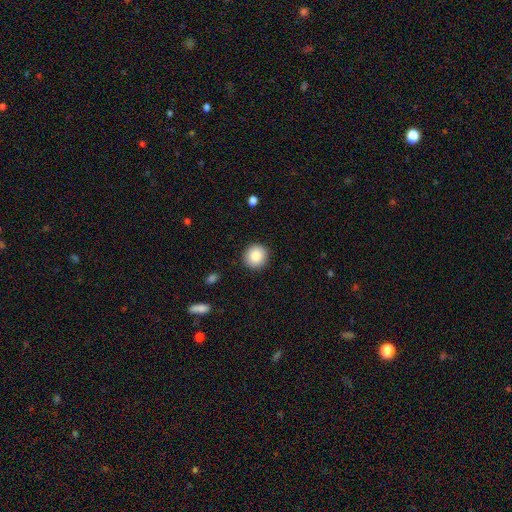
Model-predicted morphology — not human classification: The model was most divided on "smooth or featured": smooth: 87%, star or artifact: 8%, featured or disk: 5%. More confident: how rounded — round (92%); merging — none (91%).